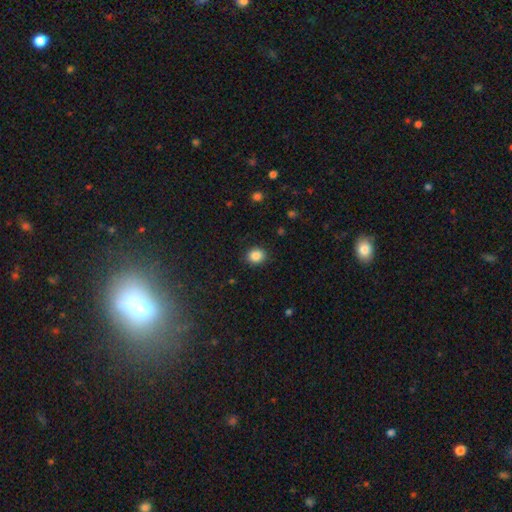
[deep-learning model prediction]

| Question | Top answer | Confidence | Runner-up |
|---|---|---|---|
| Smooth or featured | smooth | 86% | star or artifact (10%) |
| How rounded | round | 73% | in between (26%) |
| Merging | none | 89% | minor disturbance (8%) |